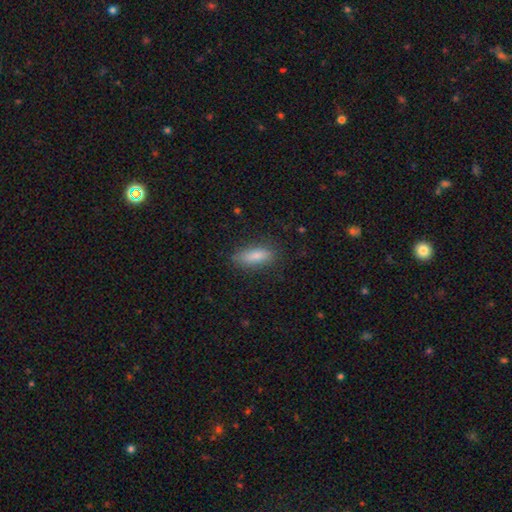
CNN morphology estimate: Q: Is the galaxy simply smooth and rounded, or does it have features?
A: smooth — 81%.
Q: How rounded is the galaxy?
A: in between — 60%.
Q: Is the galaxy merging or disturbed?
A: none — 82%.